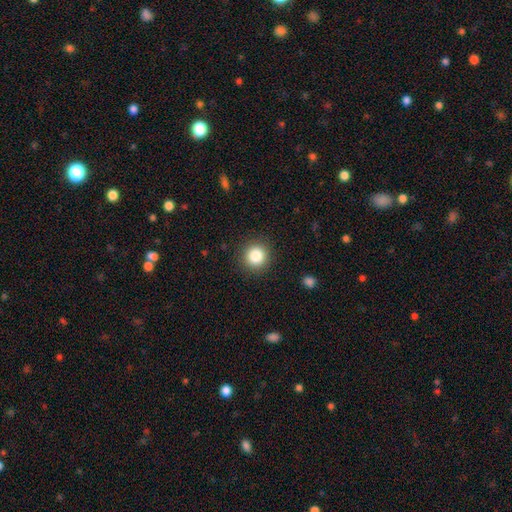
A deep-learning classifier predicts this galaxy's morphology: Smooth or featured: smooth — 85% (star or artifact — 10%)
How rounded: round — 94% (in between — 5%)
Merging: none — 91% (minor disturbance — 6%)